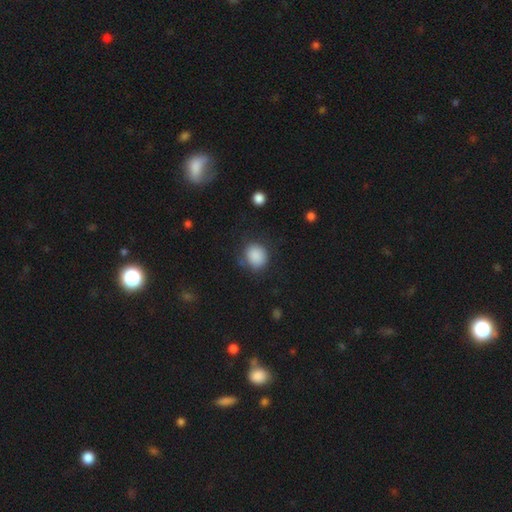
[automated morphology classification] Smooth or featured? smooth (87%)
How rounded? round (72%)
Merging? none (76%)